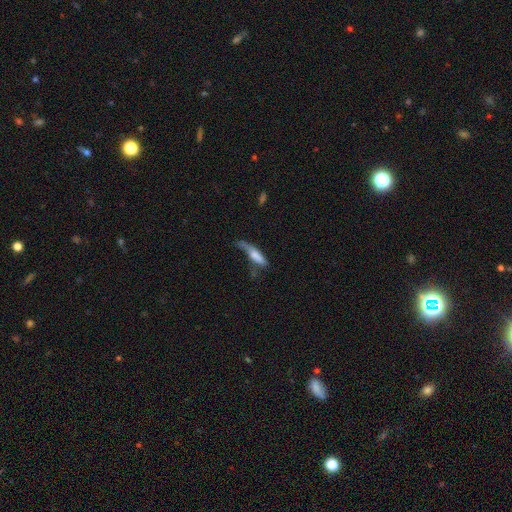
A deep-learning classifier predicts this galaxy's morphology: The model was most divided on "merging" (2-way tie): minor disturbance: 32%, major disturbance: 32%, none: 30%, merger: 6%. More confident: how rounded — cigar-shaped (71%); smooth or featured — smooth (62%).